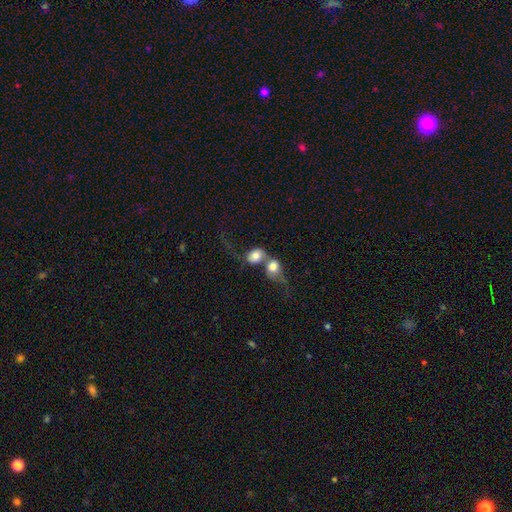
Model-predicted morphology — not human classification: Overall: smooth (70%). How rounded: round (59%; in between 40%). Merging: merger (74%).